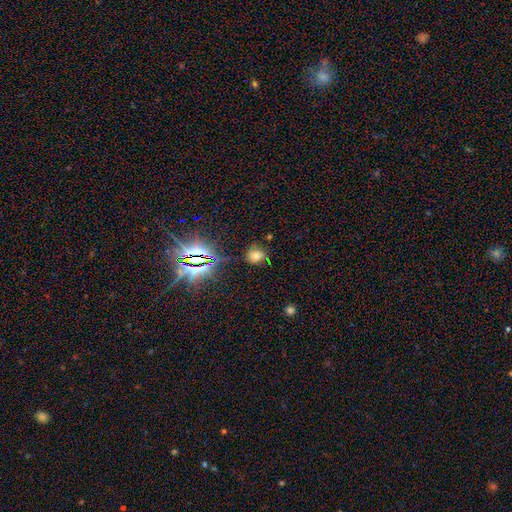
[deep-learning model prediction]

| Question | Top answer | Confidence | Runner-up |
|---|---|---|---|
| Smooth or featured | smooth | 47% | star or artifact (31%) |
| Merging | none | 63% | minor disturbance (24%) |